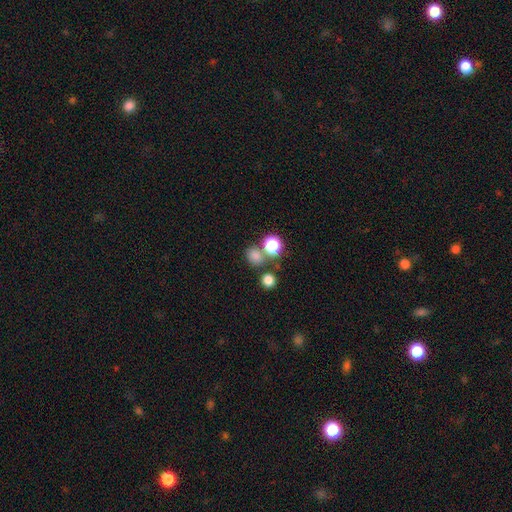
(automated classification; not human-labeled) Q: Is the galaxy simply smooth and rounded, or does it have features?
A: smooth — 74%.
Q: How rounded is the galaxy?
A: round — 71%.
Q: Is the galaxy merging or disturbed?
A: none — 63%.